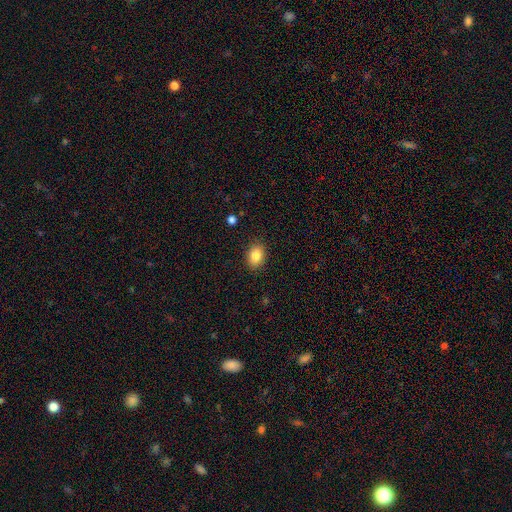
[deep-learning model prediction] smooth_or_featured: smooth (p=0.84) [alt: star or artifact p=0.09]
how_rounded: in between (p=0.72) [alt: round p=0.27]
merging: none (p=0.88) [alt: minor disturbance p=0.09]